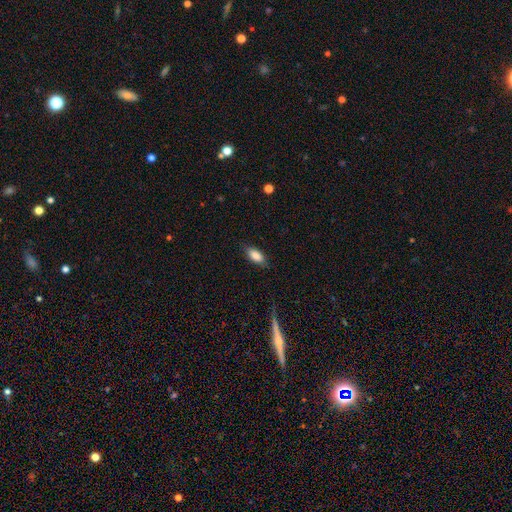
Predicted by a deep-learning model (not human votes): Smooth or featured? Predicted: smooth (p=0.85). How rounded? Predicted: in between (p=0.87). Merging? Predicted: none (p=0.81).